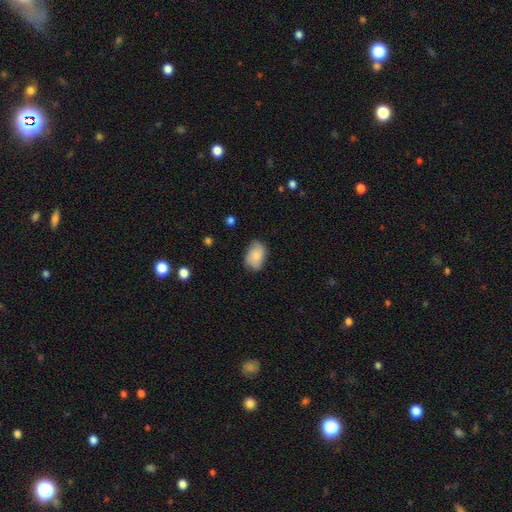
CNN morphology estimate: Smooth or featured? Predicted: smooth (p=0.80). How rounded? Predicted: in between (p=0.84). Merging? Predicted: none (p=0.70).